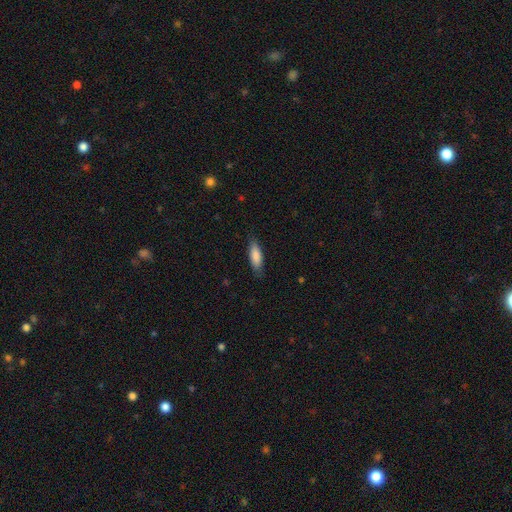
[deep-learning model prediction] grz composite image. It shows a smooth galaxy with no disk features (86%) that is in between round and cigar-shaped (57%). Merging: none (83%).